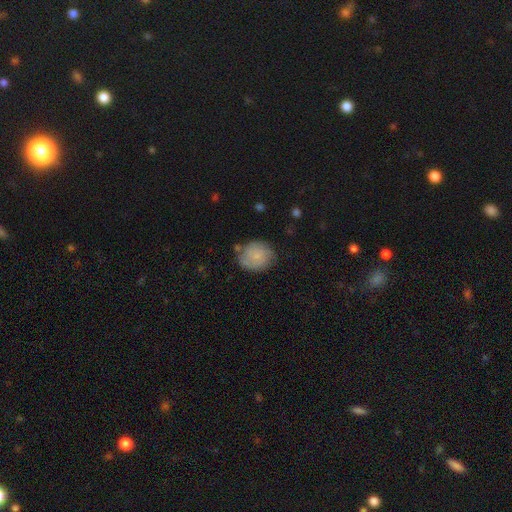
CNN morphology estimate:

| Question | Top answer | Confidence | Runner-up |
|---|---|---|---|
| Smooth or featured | smooth | 65% | featured or disk (28%) |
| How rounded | round | 74% | in between (25%) |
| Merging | none | 69% | minor disturbance (22%) |